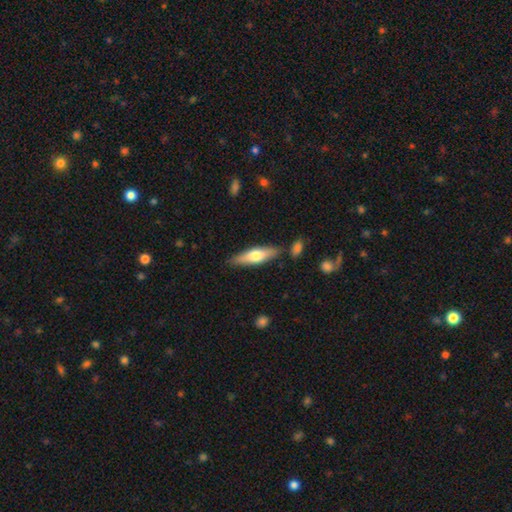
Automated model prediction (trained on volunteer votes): The model was most divided on "smooth or featured": smooth: 54%, featured or disk: 40%, star or artifact: 5%. More confident: merging — none (82%); how rounded — cigar-shaped (62%).